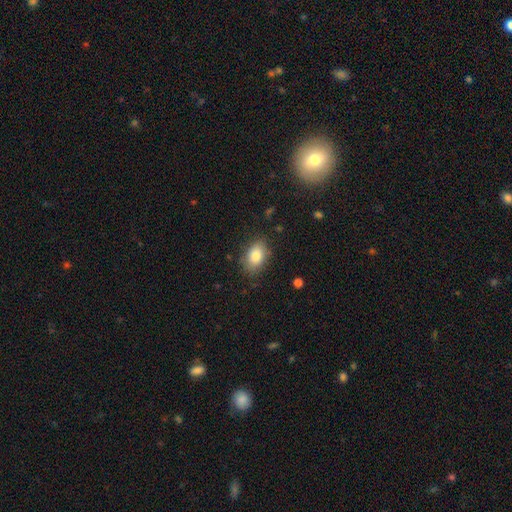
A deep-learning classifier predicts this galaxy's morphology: A smooth galaxy with no disk features (83%) that is in between round and cigar-shaped (88%).

Vote fractions:
- Smooth or featured? smooth: 83% / featured or disk: 9% / star or artifact: 8%
- How rounded? in between: 88% / round: 10% / cigar-shaped: 2%
- Merging? none: 82% / minor disturbance: 13% / major disturbance: 3% / merger: 1%